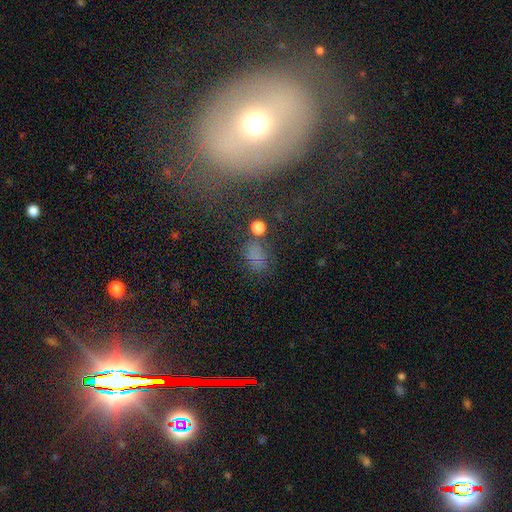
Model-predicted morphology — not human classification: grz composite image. It shows a smooth galaxy with no disk features (65%) that is in between round and cigar-shaped (68%). Merging: none (61%).